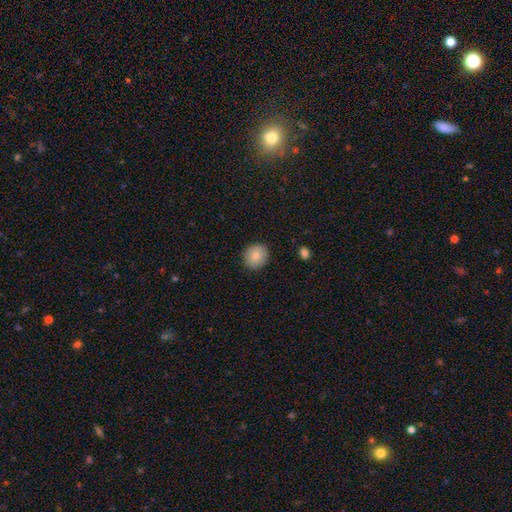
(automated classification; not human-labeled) A smooth galaxy with no disk features (85%) that is round (85%).

Vote fractions:
- Smooth or featured? smooth: 85% / star or artifact: 8% / featured or disk: 7%
- How rounded? round: 85% / in between: 14% / cigar-shaped: 1%
- Merging? none: 90% / minor disturbance: 7% / major disturbance: 2% / merger: 1%